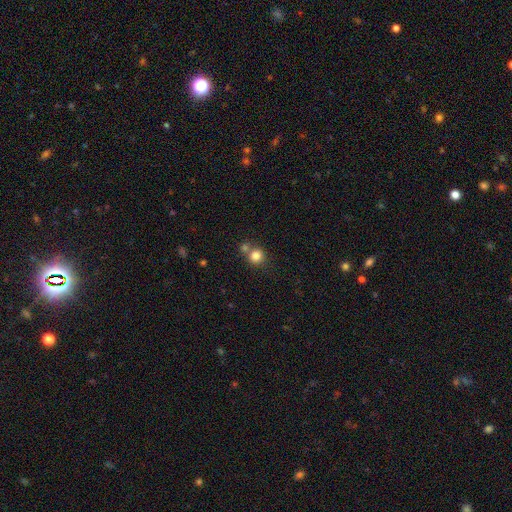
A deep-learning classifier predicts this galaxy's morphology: Smooth or featured?
  - smooth: 82% *
  - star or artifact: 11%
  - featured or disk: 7%
How rounded?
  - round: 90% *
  - in between: 9%
  - cigar-shaped: 1%
Merging?
  - none: 58% *
  - merger: 31%
  - minor disturbance: 8%
  - major disturbance: 3%